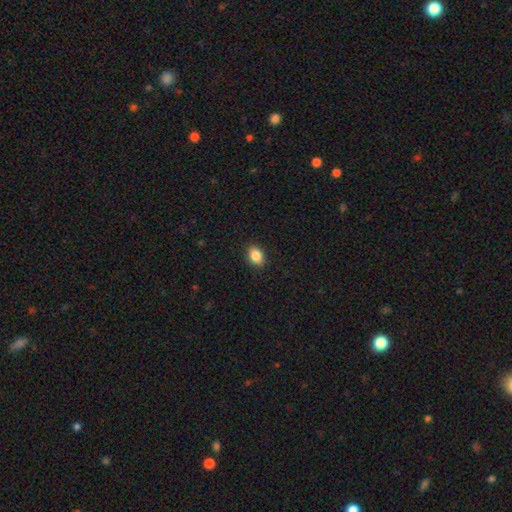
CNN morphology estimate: smooth_or_featured: smooth (p=0.86) [alt: star or artifact p=0.09]
how_rounded: in between (p=0.73) [alt: round p=0.26]
merging: none (p=0.90) [alt: minor disturbance p=0.07]